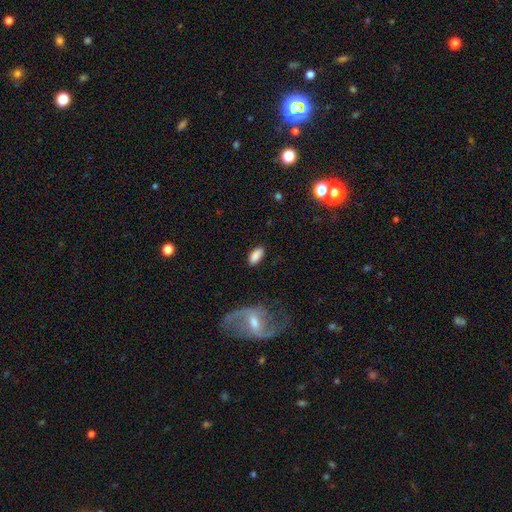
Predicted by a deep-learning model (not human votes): Q: Smooth or featured?
A: smooth (86%); runner-up: featured or disk (7%)
Q: How rounded?
A: in between (91%); runner-up: cigar-shaped (6%)
Q: Merging?
A: none (83%); runner-up: minor disturbance (11%)